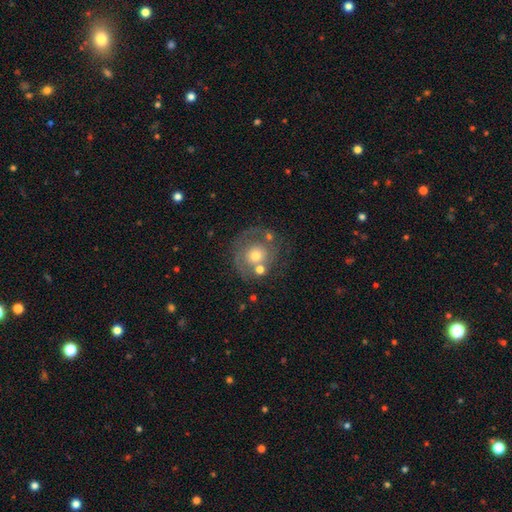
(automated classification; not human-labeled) Smooth or featured?
  - featured or disk: 57% *
  - smooth: 33%
  - star or artifact: 10%
Edge-on disk?
  - no: 97% *
  - yes: 3%
Bar?
  - no: 88% *
  - weak: 10%
  - strong: 2%
Spiral arms?
  - yes: 54% *
  - no: 46%
Bulge size?
  - moderate: 62% *
  - small: 26%
  - large: 8%
  - none: 2%
  - dominant: 2%
Merging?
  - none: 61% *
  - minor disturbance: 17%
  - major disturbance: 12%
  - merger: 11%